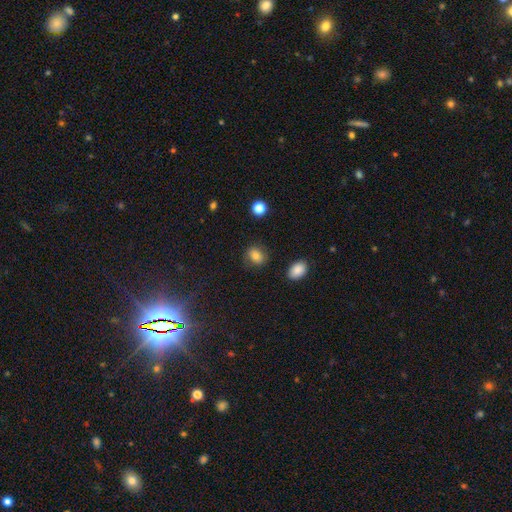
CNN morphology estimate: A smooth galaxy with no disk features (81%) that is round (50%).

Vote fractions:
- Smooth or featured? smooth: 81% / star or artifact: 11% / featured or disk: 8%
- How rounded? round: 50% / in between: 49% / cigar-shaped: 1%
- Merging? none: 79% / minor disturbance: 14% / major disturbance: 4% / merger: 2%